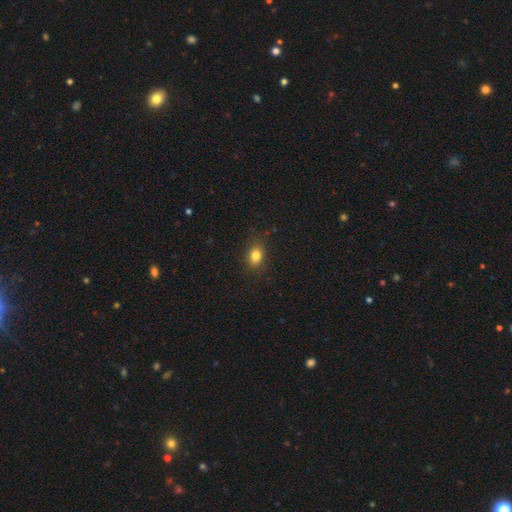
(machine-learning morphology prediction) Overall: smooth (82%). How rounded: in between (69%; round 29%). Merging: none (84%).